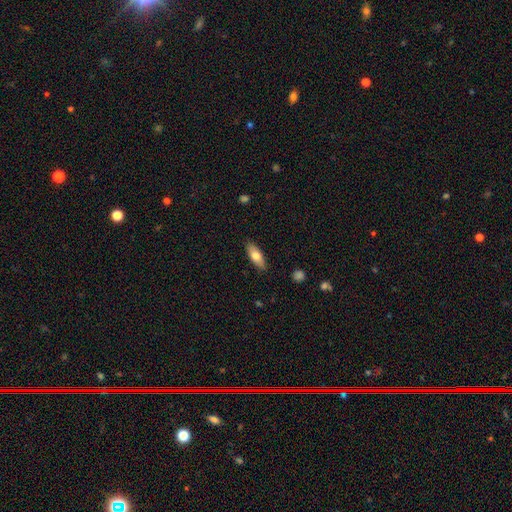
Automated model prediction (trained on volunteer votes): Morphology: type=smooth (73%); roundness=in between (69%); merging=none (87%).